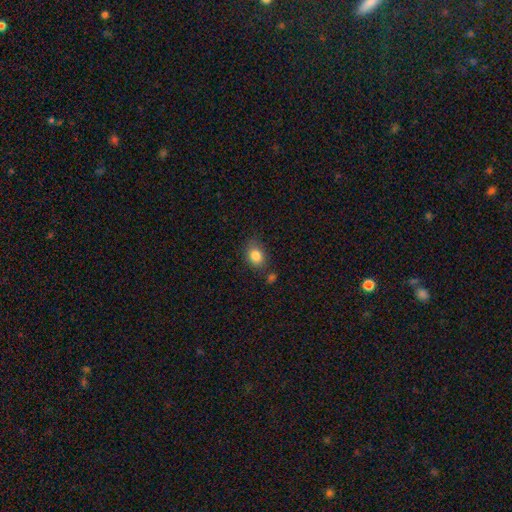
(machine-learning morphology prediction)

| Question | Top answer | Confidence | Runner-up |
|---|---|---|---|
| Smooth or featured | smooth | 85% | star or artifact (9%) |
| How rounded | in between | 63% | round (36%) |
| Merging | none | 71% | minor disturbance (17%) |